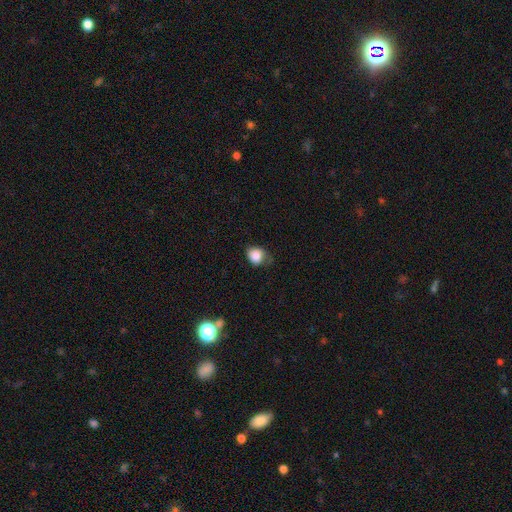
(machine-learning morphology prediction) A smooth galaxy with no disk features (86%) that is round (69%).

Vote fractions:
- Smooth or featured? smooth: 86% / star or artifact: 9% / featured or disk: 5%
- How rounded? round: 69% / in between: 30% / cigar-shaped: 1%
- Merging? none: 57% / minor disturbance: 33% / major disturbance: 8% / merger: 2%